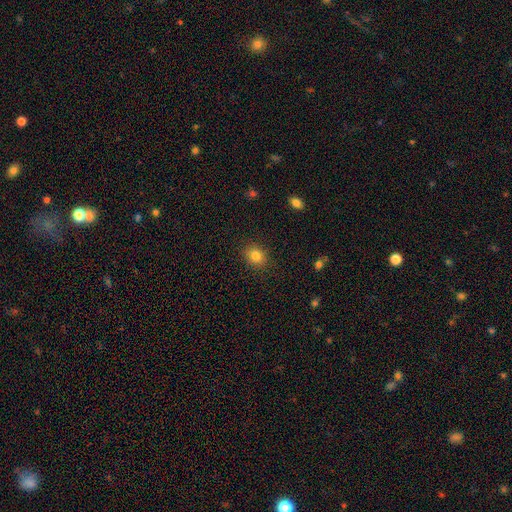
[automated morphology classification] smooth-or-featured: smooth: 82% | star or artifact: 11% | featured or disk: 7%
  how-rounded: round: 61% | in between: 38% | cigar-shaped: 1%
  merging: none: 88% | minor disturbance: 9% | major disturbance: 3% | merger: 1%